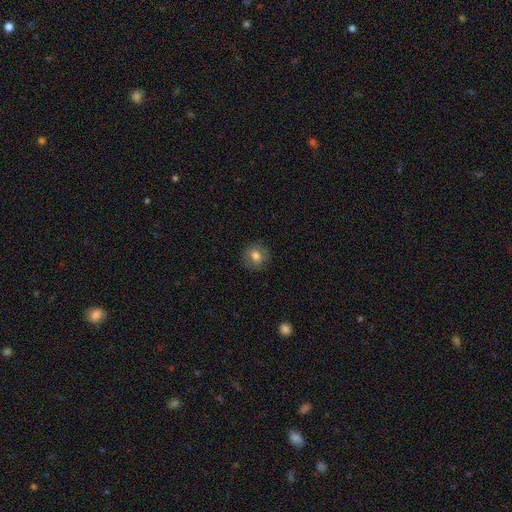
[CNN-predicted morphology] Smooth or featured?
  - smooth: 77% *
  - featured or disk: 13%
  - star or artifact: 10%
How rounded?
  - round: 87% *
  - in between: 12%
  - cigar-shaped: 1%
Merging?
  - none: 88% *
  - minor disturbance: 9%
  - major disturbance: 2%
  - merger: 1%